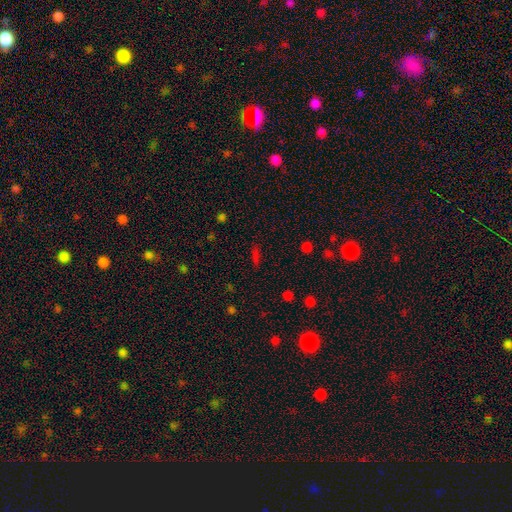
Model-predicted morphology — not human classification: Smooth or featured: smooth — 55% (star or artifact — 34%)
How rounded: cigar-shaped — 50% (in between — 41%)
Merging: none — 83% (minor disturbance — 10%)